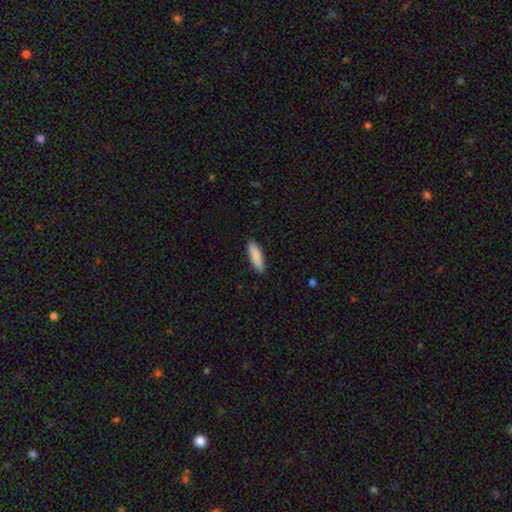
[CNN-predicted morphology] This appears to be a smooth galaxy with no disk features (88%) that is cigar-shaped (53%). Merging: none (88%).